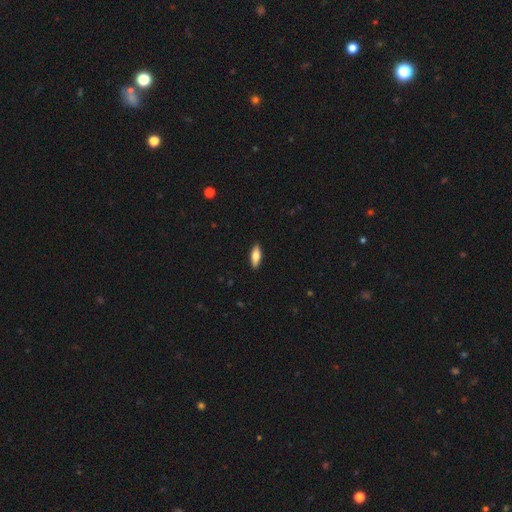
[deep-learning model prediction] smooth 72%, featured or disk 22%, star or artifact 6%. Down the decision tree: how rounded — in between (63%); merging — none (90%).